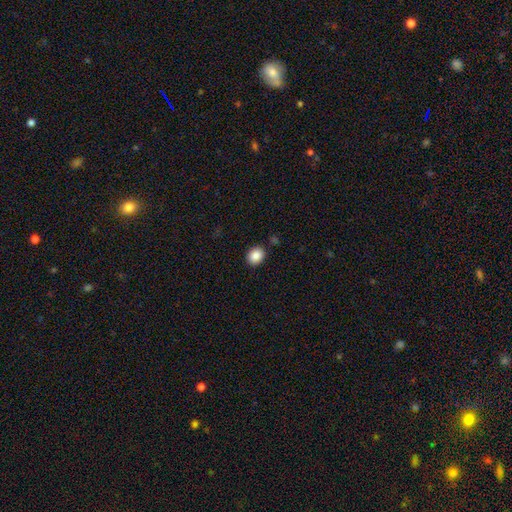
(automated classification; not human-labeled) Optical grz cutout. It shows a smooth galaxy with no disk features (87%) that is round (59%). Merging: none (88%).